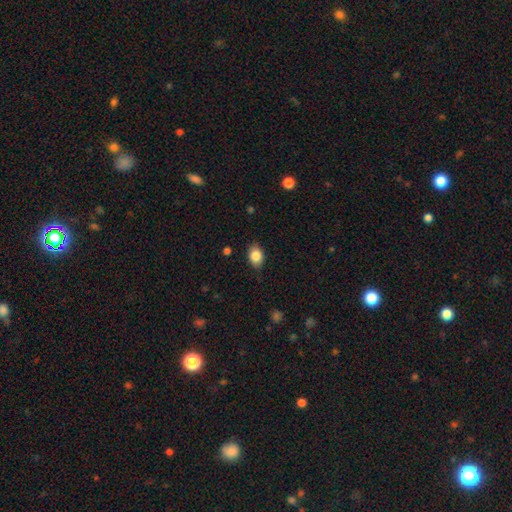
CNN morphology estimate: Smooth or featured?
  - smooth: 84% *
  - star or artifact: 8%
  - featured or disk: 7%
How rounded?
  - in between: 77% *
  - round: 22%
  - cigar-shaped: 1%
Merging?
  - none: 84% *
  - minor disturbance: 12%
  - major disturbance: 2%
  - merger: 1%